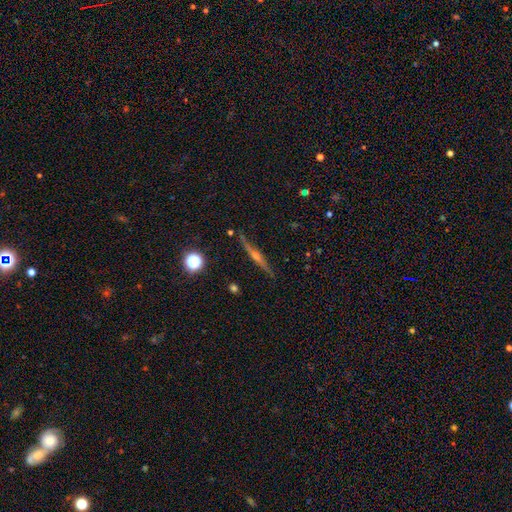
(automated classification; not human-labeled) Smooth or featured? featured or disk (79%)
Edge-on disk? yes (98%)
Edge-on bulge? rounded (90%)
Merging? none (88%)